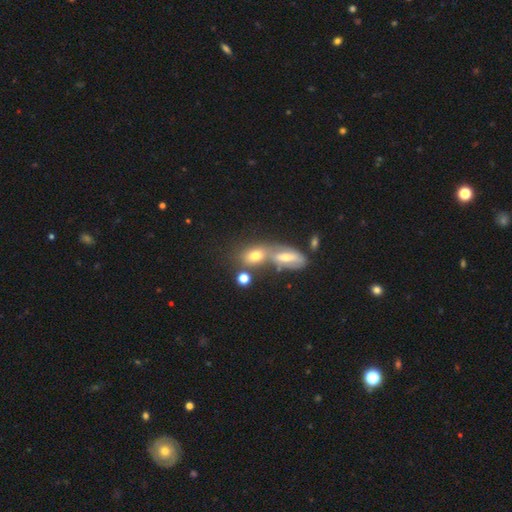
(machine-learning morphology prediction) Smooth or featured?
  - smooth: 65% *
  - featured or disk: 22%
  - star or artifact: 13%
How rounded?
  - in between: 68% *
  - round: 26%
  - cigar-shaped: 6%
Merging?
  - merger: 51% *
  - none: 32%
  - minor disturbance: 11%
  - major disturbance: 6%